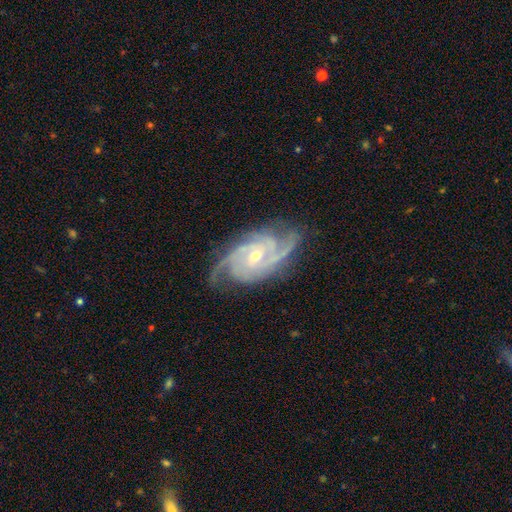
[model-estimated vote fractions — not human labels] The model was most divided on "bar": no: 49%, weak: 39%, strong: 12%. Remaining: spiral arms — yes (99%); edge-on disk — no (97%); smooth or featured — featured or disk (92%); merging — none (76%); spiral winding — tight (57%); bulge size — small (55%); spiral arm count — 3 (43%).